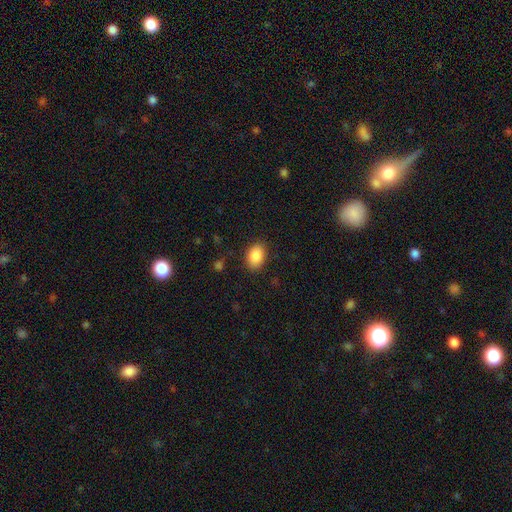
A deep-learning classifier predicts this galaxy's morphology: Smooth or featured? smooth (88%)
How rounded? in between (82%)
Merging? none (85%)